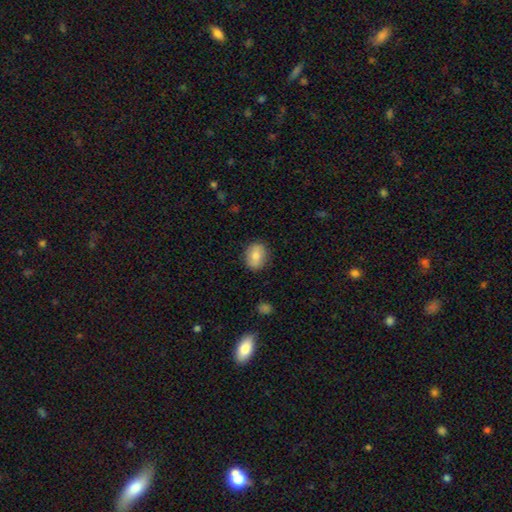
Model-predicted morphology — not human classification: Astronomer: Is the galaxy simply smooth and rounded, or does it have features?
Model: smooth — 80%.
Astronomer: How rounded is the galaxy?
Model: in between — 62% (runner-up: round, 37%).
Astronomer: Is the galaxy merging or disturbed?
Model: none — 85%.